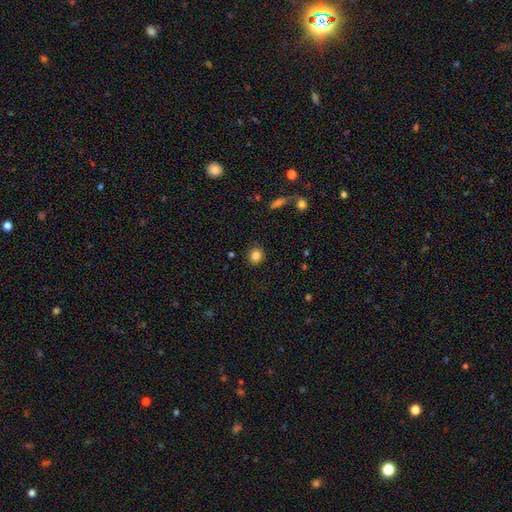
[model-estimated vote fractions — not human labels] This appears to be a smooth galaxy with no disk features (85%) that is round (80%). Merging: none (87%).